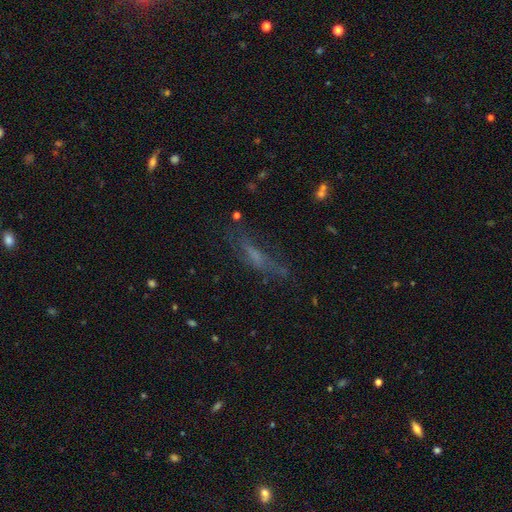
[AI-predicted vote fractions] Smooth or featured: smooth — 43% (featured or disk — 36%)
Merging: none — 51% (major disturbance — 22%)